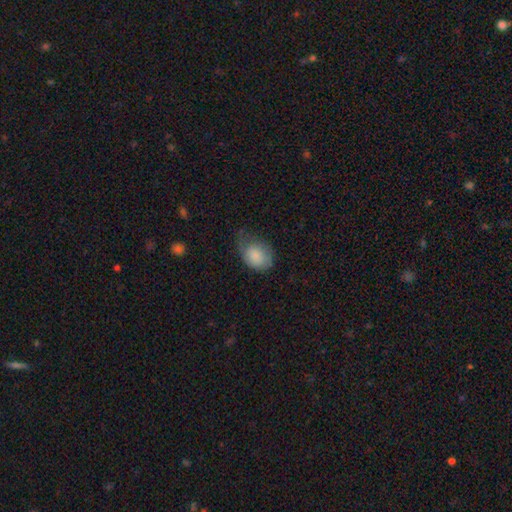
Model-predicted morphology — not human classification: Smooth or featured: smooth — 81% (featured or disk — 12%)
How rounded: in between — 70% (round — 29%)
Merging: minor disturbance — 42% (none — 37%)